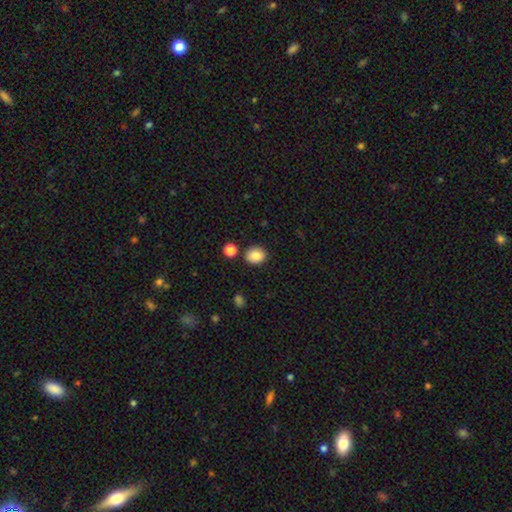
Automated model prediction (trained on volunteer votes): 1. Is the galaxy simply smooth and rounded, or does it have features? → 86% smooth, 9% star or artifact, 5% featured or disk.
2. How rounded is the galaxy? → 62% round, 37% in between, 1% cigar-shaped.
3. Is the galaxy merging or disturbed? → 84% none, 9% minor disturbance, 4% merger, 2% major disturbance.